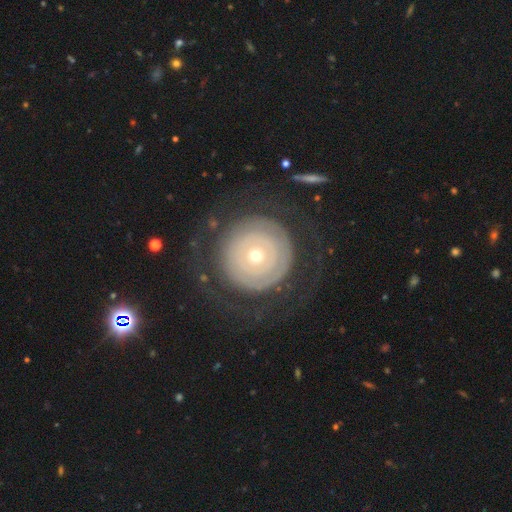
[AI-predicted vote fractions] A featured or disk galaxy (65%) with no bar (91%), no spiral arms (53%) and a small central bulge (69%). Merging: none (75%).